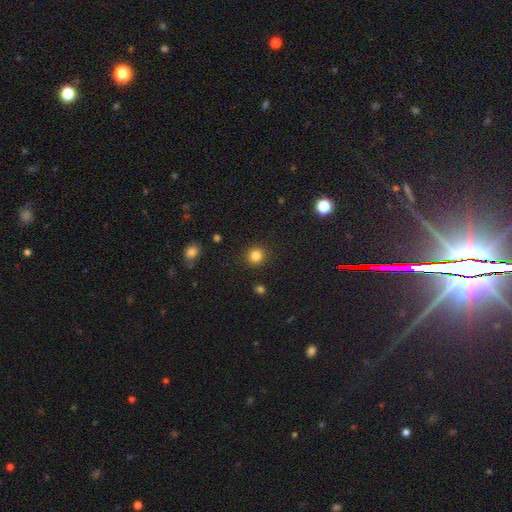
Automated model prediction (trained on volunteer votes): Morphology: type=smooth (84%); roundness=round (92%); merging=none (91%).